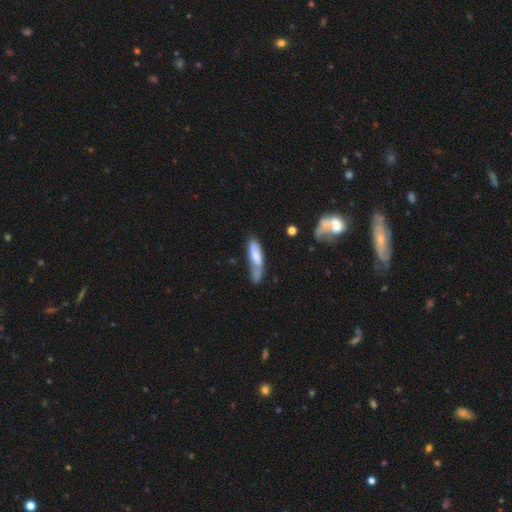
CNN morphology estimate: Smooth or featured? smooth (64%)
How rounded? cigar-shaped (64%)
Merging? none (41%)